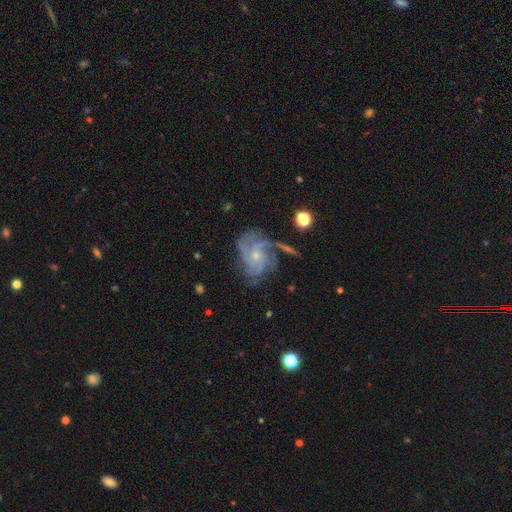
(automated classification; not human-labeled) smooth-or-featured: featured or disk: 84% | smooth: 9% | star or artifact: 8%
  disk-edge-on: no: 98% | yes: 2%
    bar: no: 72% | weak: 24% | strong: 4%
    has-spiral-arms: yes: 94% | no: 6%
      spiral-winding: tight: 43% | medium: 42% | loose: 15%
      spiral-arm-count: 3: 27% | 4: 24% | can't tell: 23% | 2: 11% | more than 4: 8% | 1: 7%
    bulge-size: small: 72% | moderate: 23% | none: 3% | large: 1% | dominant: 1%
  merging: none: 56% | minor disturbance: 22% | major disturbance: 18% | merger: 4%